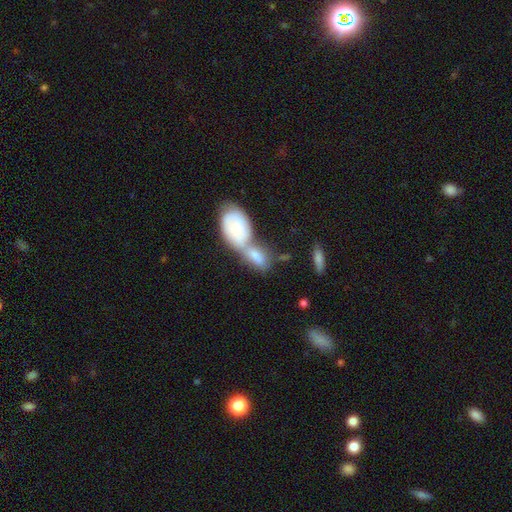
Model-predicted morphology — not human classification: This appears to be a smooth galaxy with no disk features (66%) that is in between round and cigar-shaped (85%). Merging: merger (71%).